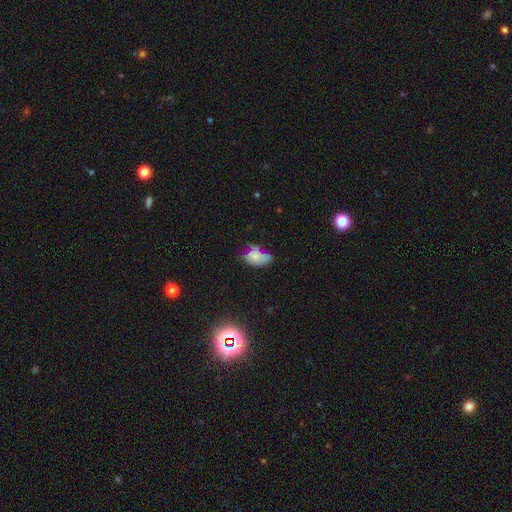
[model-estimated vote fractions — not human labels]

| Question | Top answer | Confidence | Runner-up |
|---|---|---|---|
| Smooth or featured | smooth | 61% | featured or disk (24%) |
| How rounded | in between | 88% | round (10%) |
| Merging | none | 33% | minor disturbance (31%) |